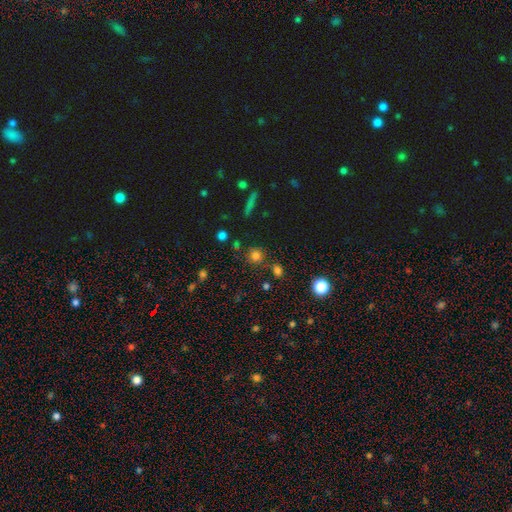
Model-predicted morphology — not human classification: smooth_or_featured: smooth (p=0.76) [alt: star or artifact p=0.17]
how_rounded: round (p=0.90) [alt: in between p=0.08]
merging: none (p=0.79) [alt: minor disturbance p=0.09]